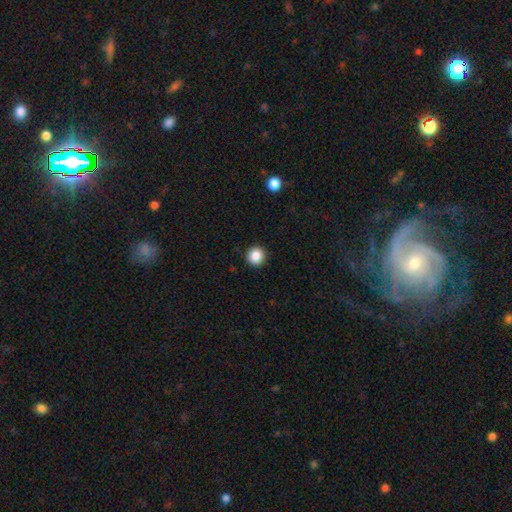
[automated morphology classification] This is clearly a smooth galaxy (87%). How rounded: clearly round (94%). Merging: clearly none (93%).